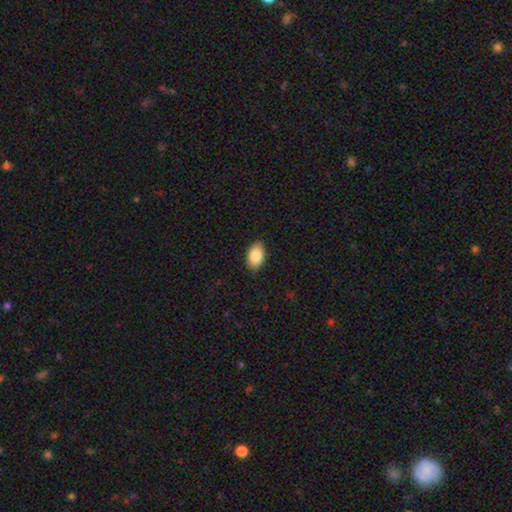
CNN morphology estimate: This appears to be a smooth galaxy with no disk features (85%) that is in between round and cigar-shaped (92%). Merging: none (89%).